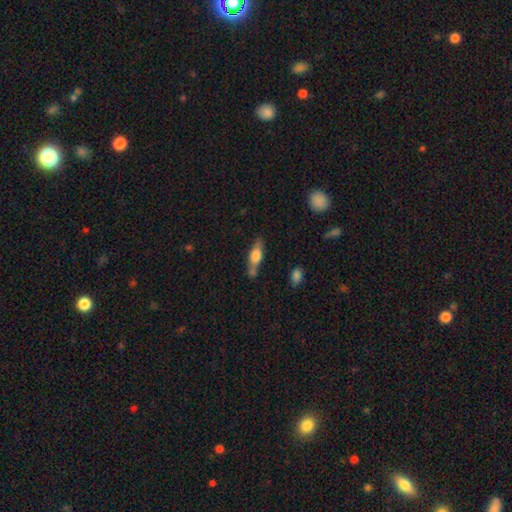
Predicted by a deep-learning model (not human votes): This appears to be a smooth galaxy with no disk features (53%) that is cigar-shaped (48%, tied with in between). Merging: none (65%).